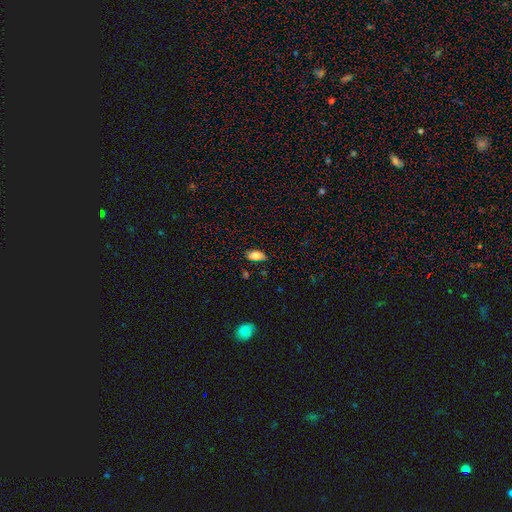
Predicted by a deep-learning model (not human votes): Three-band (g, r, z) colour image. It shows a smooth galaxy with no disk features (83%) that is in between round and cigar-shaped (93%). Merging: none (81%).